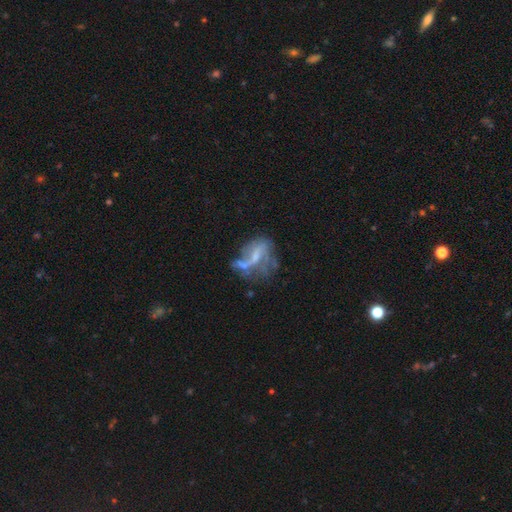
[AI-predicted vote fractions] This is likely a featured or disk galaxy (66%). It is clearly not viewed edge-on (96%). Bar: marginally weak (41%). Spiral arm pattern: possibly yes (53%). Central bulge: marginally small (38%). Merging: marginally major disturbance (33%).